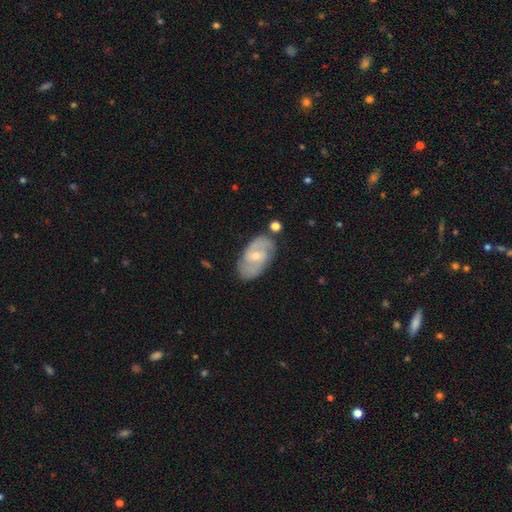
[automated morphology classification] Q: Smooth or featured?
A: featured or disk (74%); runner-up: smooth (21%)
Q: Edge-on disk?
A: no (95%); runner-up: yes (5%)
Q: Bar?
A: weak (49%); runner-up: no (40%)
Q: Spiral arms?
A: yes (89%); runner-up: no (11%)
Q: Spiral winding?
A: medium (45%); runner-up: tight (37%)
Q: Spiral arm count?
A: 2 (72%); runner-up: can't tell (16%)
Q: Bulge size?
A: small (58%); runner-up: moderate (38%)
Q: Merging?
A: none (74%); runner-up: minor disturbance (18%)